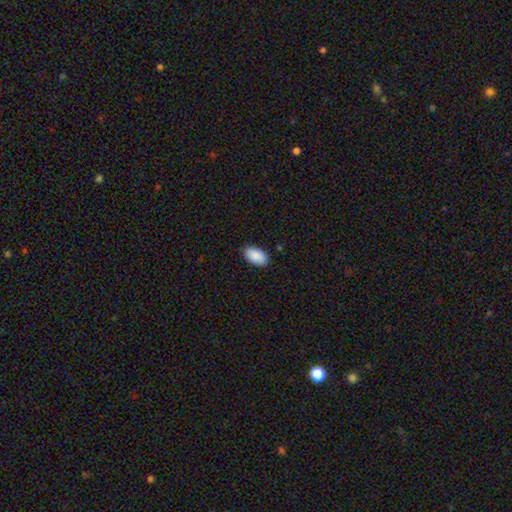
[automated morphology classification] A smooth galaxy with no disk features (90%) that is in between round and cigar-shaped (95%). Merging: none (88%).